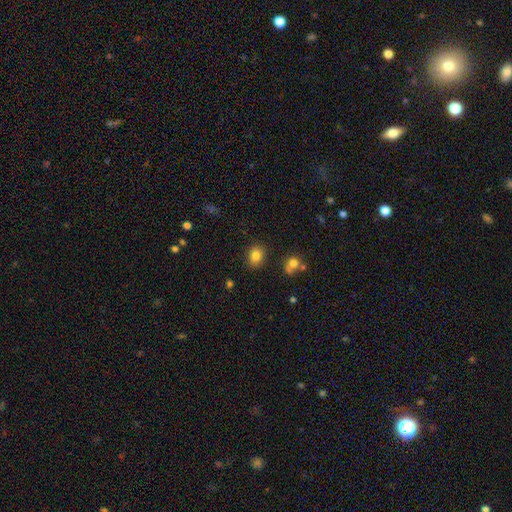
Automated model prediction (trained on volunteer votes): Q: Smooth or featured?
A: smooth (83%); runner-up: star or artifact (11%)
Q: How rounded?
A: round (58%); runner-up: in between (41%)
Q: Merging?
A: none (85%); runner-up: minor disturbance (9%)